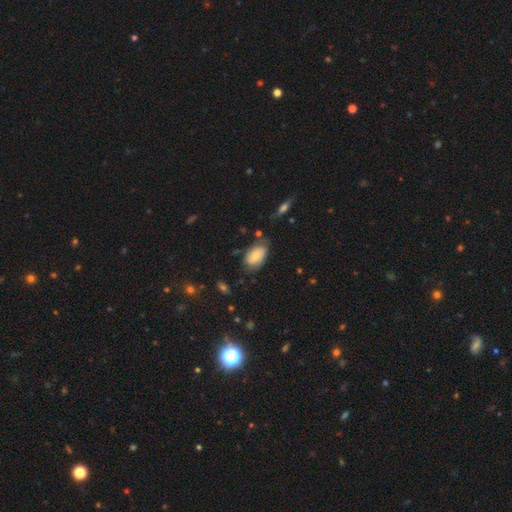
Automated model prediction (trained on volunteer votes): The model was most divided on "merging": none: 59%, minor disturbance: 28%, major disturbance: 9%, merger: 4%. More confident: how rounded — in between (90%); smooth or featured — smooth (71%).